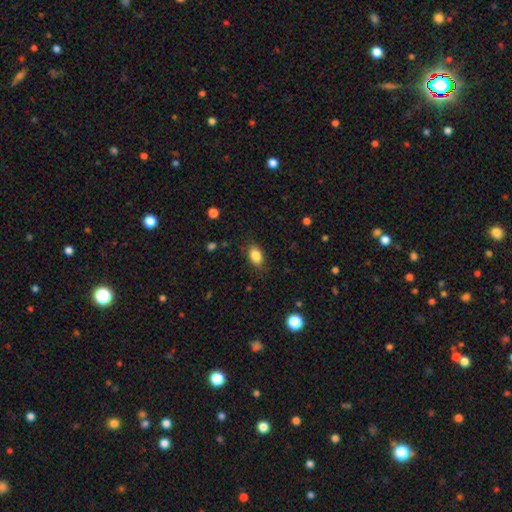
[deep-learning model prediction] The model was most divided on "merging": none: 82%, minor disturbance: 13%, major disturbance: 4%, merger: 1%. More confident: how rounded — in between (86%); smooth or featured — smooth (86%).